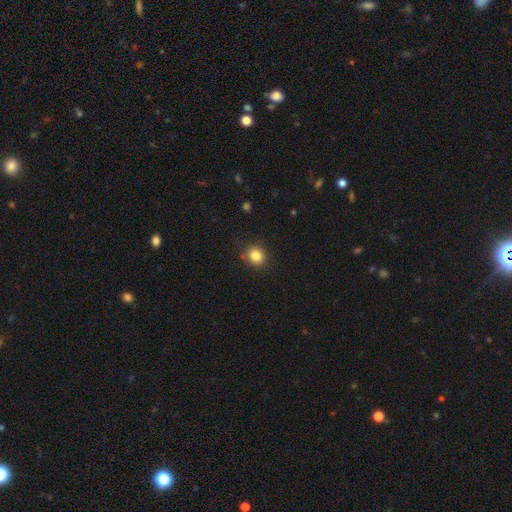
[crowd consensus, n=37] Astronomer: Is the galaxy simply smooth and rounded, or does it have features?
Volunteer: smooth — 86%.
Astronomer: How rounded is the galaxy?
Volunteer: round — 91%.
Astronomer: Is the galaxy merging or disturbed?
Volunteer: none — 94%.